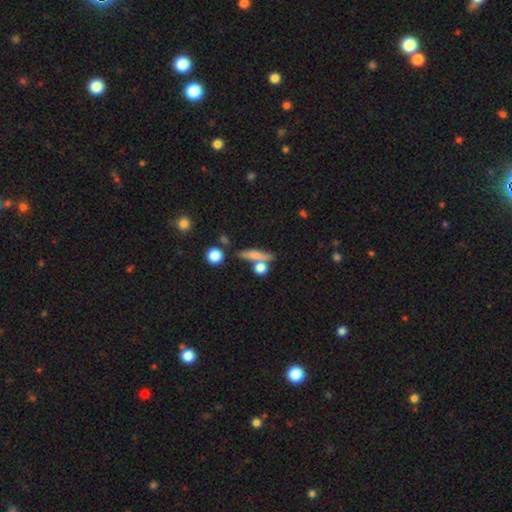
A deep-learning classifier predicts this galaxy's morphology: Q: Smooth or featured?
A: smooth (66%); runner-up: featured or disk (24%)
Q: How rounded?
A: cigar-shaped (61%); runner-up: in between (23%)
Q: Merging?
A: none (60%); runner-up: merger (21%)